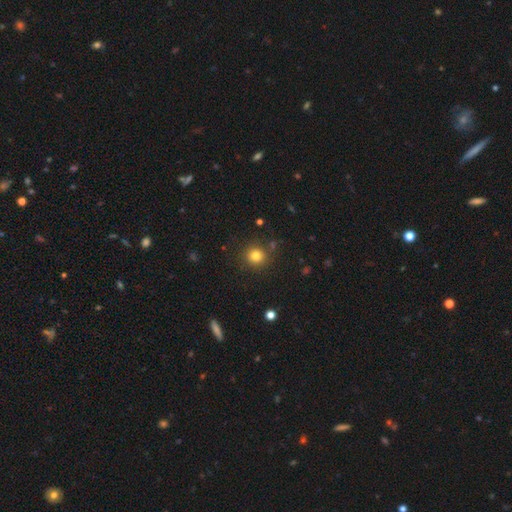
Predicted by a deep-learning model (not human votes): Smooth or featured: smooth — 80% (star or artifact — 13%)
How rounded: round — 93% (in between — 6%)
Merging: none — 86% (minor disturbance — 8%)